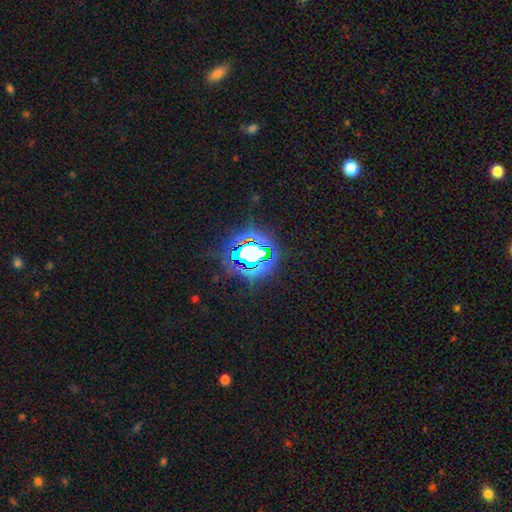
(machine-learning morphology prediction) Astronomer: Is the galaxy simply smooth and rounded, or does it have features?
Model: star or artifact — 70%.